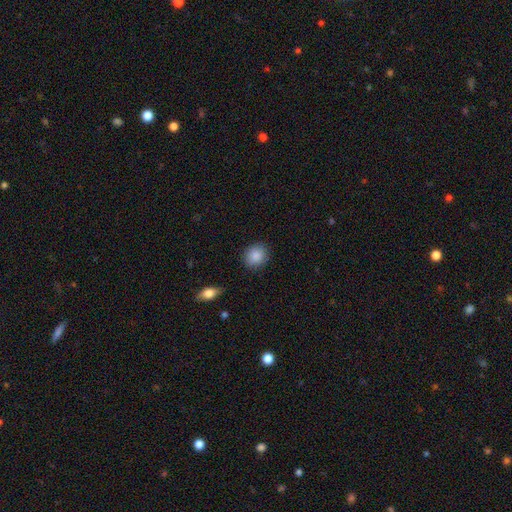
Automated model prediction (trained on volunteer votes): A smooth galaxy with no disk features (88%) that is round (68%). Merging: none (87%).